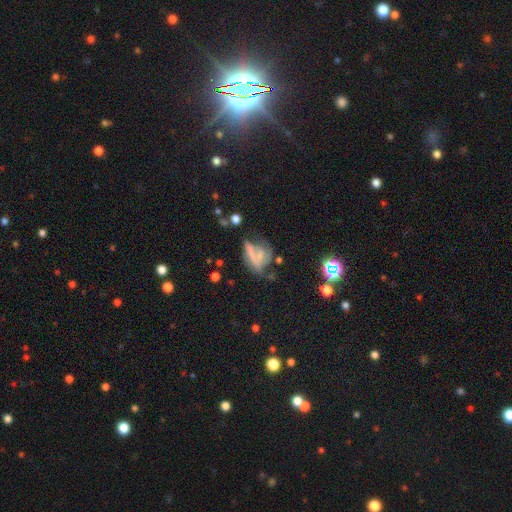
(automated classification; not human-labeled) Smooth or featured: smooth — 42% (featured or disk — 40%)
Merging: major disturbance — 36% (none — 28%)